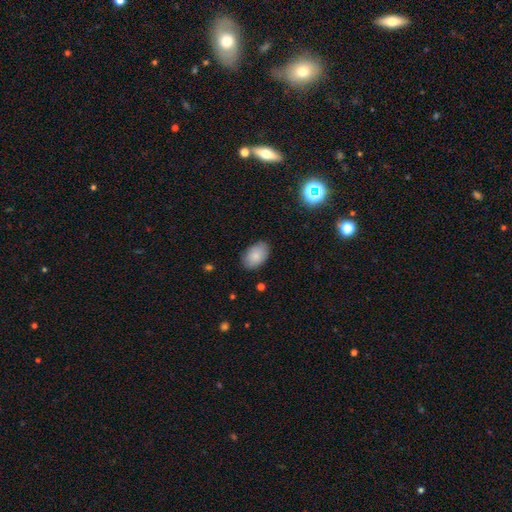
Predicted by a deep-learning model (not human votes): A smooth galaxy with no disk features (85%) that is in between round and cigar-shaped (90%). Merging: none (85%).